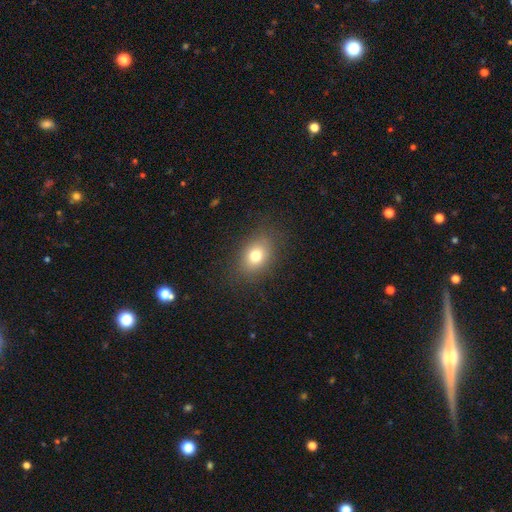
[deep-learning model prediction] Q: Smooth or featured?
A: smooth (76%); runner-up: star or artifact (13%)
Q: How rounded?
A: in between (63%); runner-up: round (36%)
Q: Merging?
A: none (84%); runner-up: minor disturbance (11%)